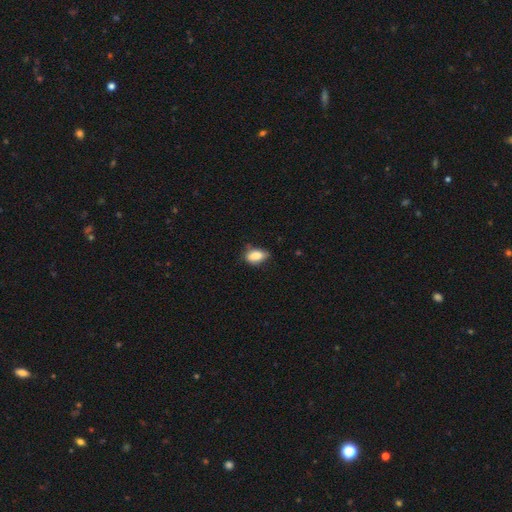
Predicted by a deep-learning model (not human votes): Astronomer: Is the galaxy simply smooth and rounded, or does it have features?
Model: smooth — 84%.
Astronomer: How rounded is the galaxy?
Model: in between — 88%.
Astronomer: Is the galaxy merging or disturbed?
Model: none — 62%.